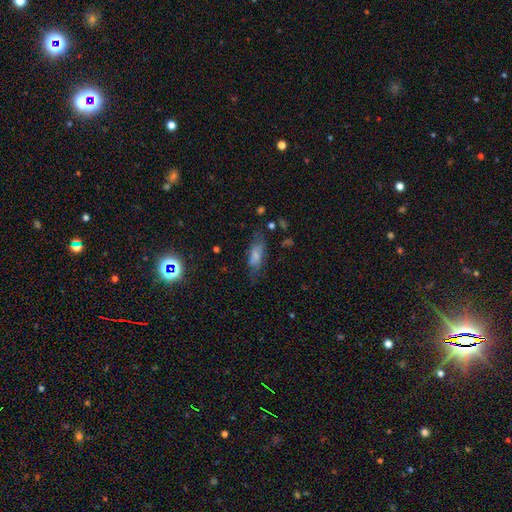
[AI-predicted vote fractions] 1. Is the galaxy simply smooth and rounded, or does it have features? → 69% smooth, 21% featured or disk, 9% star or artifact.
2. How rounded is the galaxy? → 73% in between, 24% cigar-shaped, 3% round.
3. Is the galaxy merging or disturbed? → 56% none, 26% minor disturbance, 14% major disturbance, 3% merger.